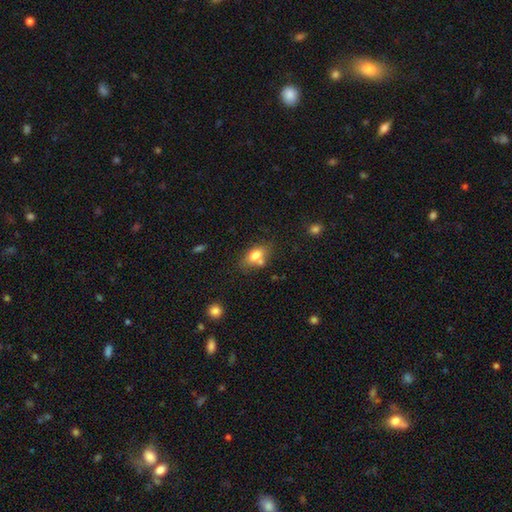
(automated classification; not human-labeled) smooth 75%, featured or disk 16%, star or artifact 9%. Down the decision tree: how rounded — in between (81%); merging — none (56%).